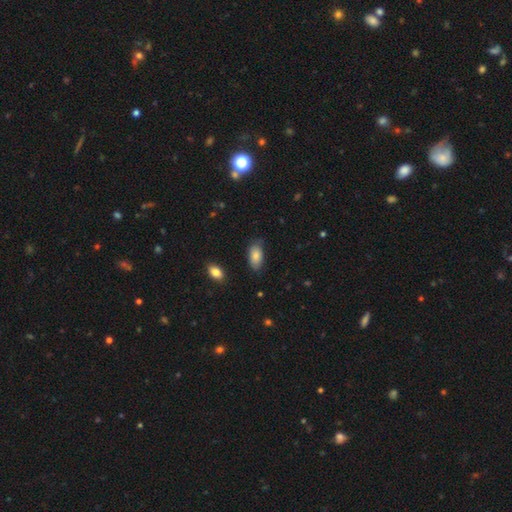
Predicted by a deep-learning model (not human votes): Smooth or featured?
  - smooth: 83% *
  - featured or disk: 10%
  - star or artifact: 7%
How rounded?
  - in between: 93% *
  - cigar-shaped: 4%
  - round: 3%
Merging?
  - none: 73% *
  - minor disturbance: 22%
  - major disturbance: 4%
  - merger: 2%